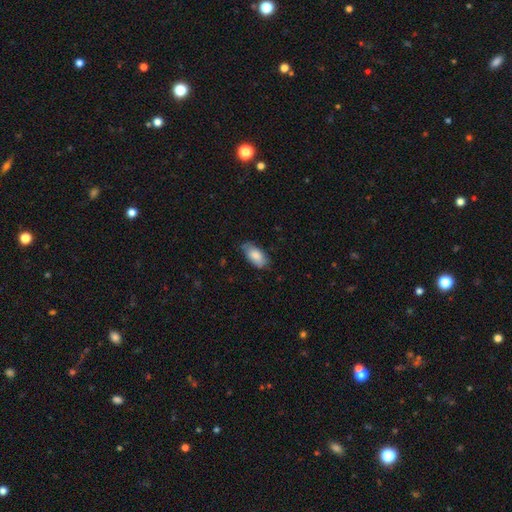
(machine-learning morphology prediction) Smooth or featured?
  - smooth: 83% *
  - featured or disk: 11%
  - star or artifact: 6%
How rounded?
  - in between: 93% *
  - cigar-shaped: 3%
  - round: 3%
Merging?
  - none: 69% *
  - minor disturbance: 25%
  - major disturbance: 5%
  - merger: 1%